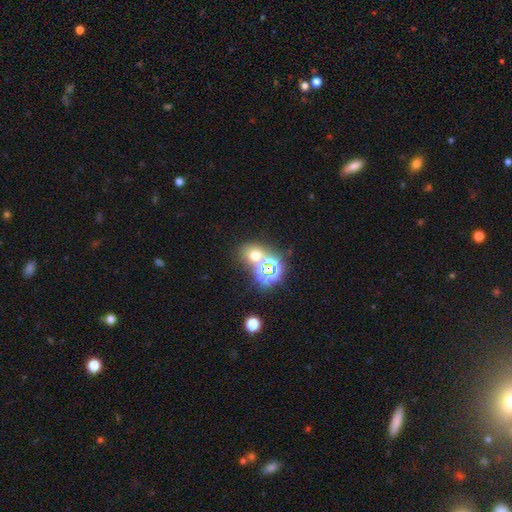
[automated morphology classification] Smooth or featured? smooth (53%)
How rounded? round (65%)
Merging? none (60%)